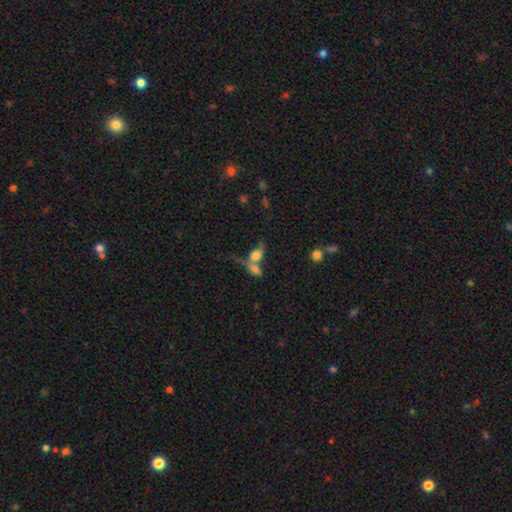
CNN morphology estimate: This is likely a smooth galaxy (64%). How rounded: likely in between (76%). Merging: possibly merger (58%).